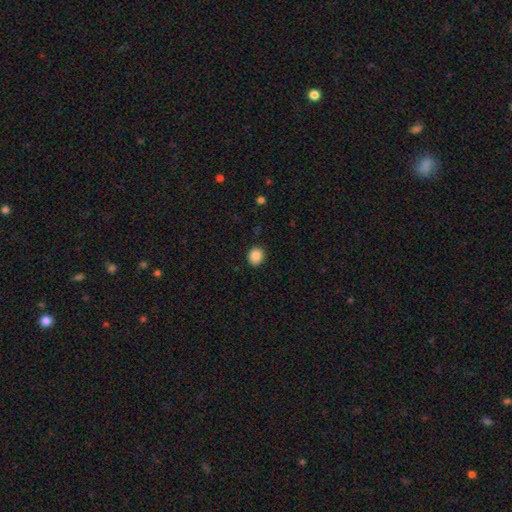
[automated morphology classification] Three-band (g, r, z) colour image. It shows a smooth galaxy with no disk features (88%) that is round (70%). Merging: none (88%).